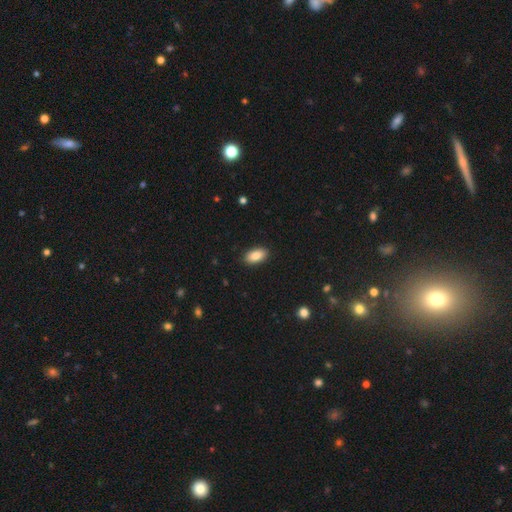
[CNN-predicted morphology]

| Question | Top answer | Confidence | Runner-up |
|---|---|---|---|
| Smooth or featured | smooth | 87% | star or artifact (7%) |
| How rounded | in between | 93% | cigar-shaped (4%) |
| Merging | none | 90% | minor disturbance (7%) |